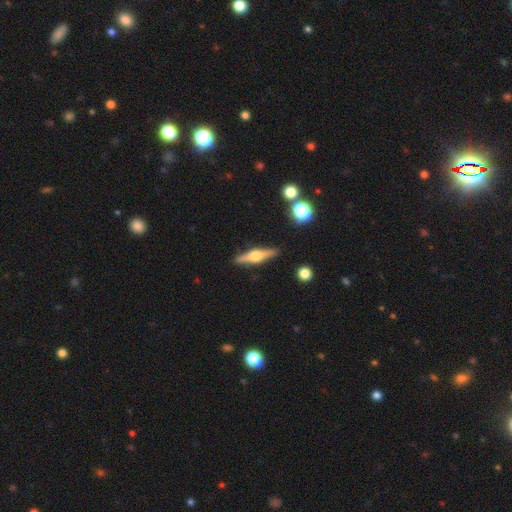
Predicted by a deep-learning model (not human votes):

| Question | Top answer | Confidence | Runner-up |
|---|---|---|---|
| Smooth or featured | featured or disk | 72% | smooth (22%) |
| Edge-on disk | yes | 97% | no (3%) |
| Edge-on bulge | rounded | 93% | boxy (5%) |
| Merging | none | 90% | minor disturbance (7%) |